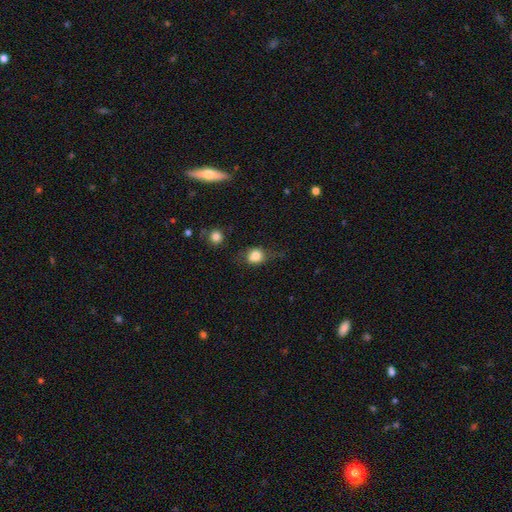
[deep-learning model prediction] Smooth or featured: smooth — 77% (featured or disk — 12%)
How rounded: round — 70% (in between — 28%)
Merging: none — 56% (minor disturbance — 24%)